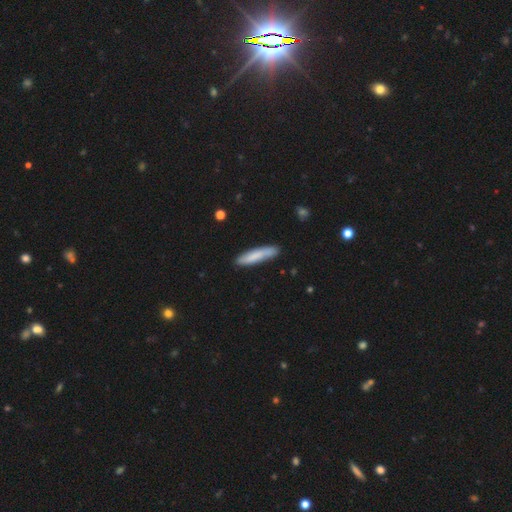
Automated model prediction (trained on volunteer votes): A smooth galaxy with no disk features (76%) that is cigar-shaped (87%).

Vote fractions:
- Smooth or featured? smooth: 76% / featured or disk: 18% / star or artifact: 6%
- How rounded? cigar-shaped: 87% / in between: 12% / round: 1%
- Merging? none: 83% / minor disturbance: 13% / major disturbance: 2% / merger: 2%